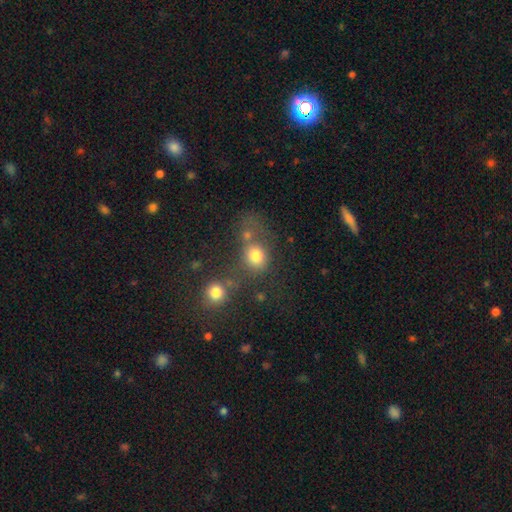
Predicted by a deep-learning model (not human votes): A smooth galaxy with no disk features (76%) that is round (68%).

Vote fractions:
- Smooth or featured? smooth: 76% / star or artifact: 14% / featured or disk: 9%
- How rounded? round: 68% / in between: 30% / cigar-shaped: 1%
- Merging? none: 43% / merger: 34% / minor disturbance: 12% / major disturbance: 11%